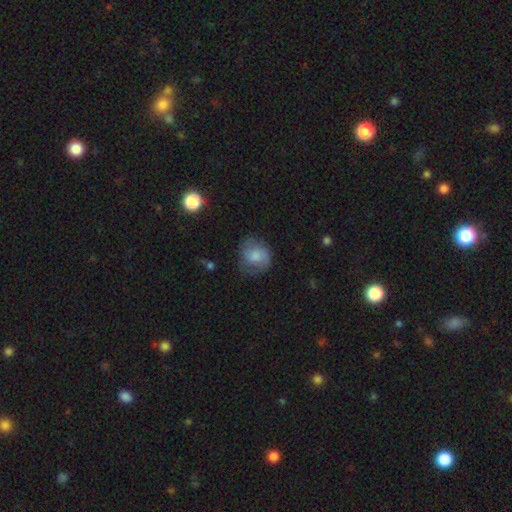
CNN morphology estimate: type=smooth (62%); roundness=round (73%); merging=none (62%).